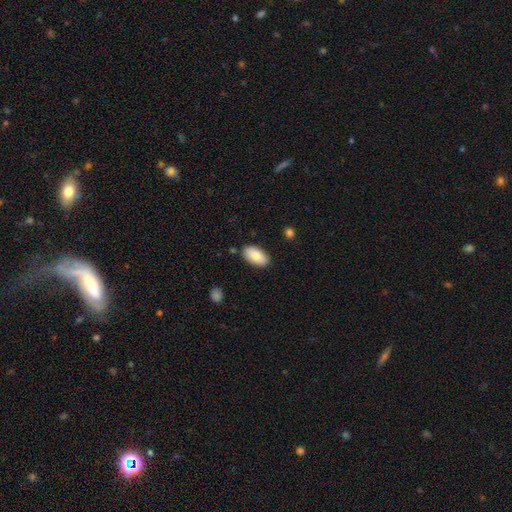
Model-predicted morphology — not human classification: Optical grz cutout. It shows a smooth galaxy with no disk features (81%) that is in between round and cigar-shaped (95%). Merging: none (85%).